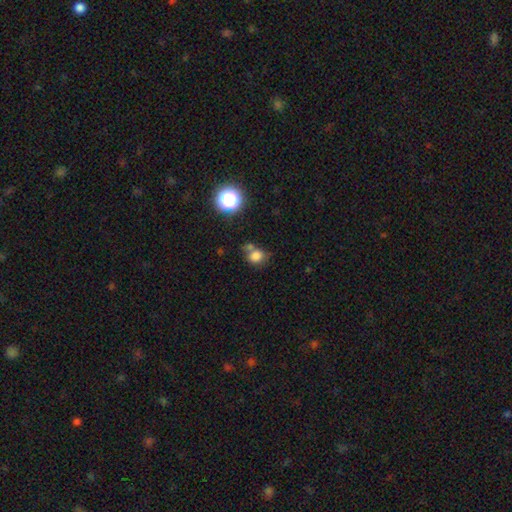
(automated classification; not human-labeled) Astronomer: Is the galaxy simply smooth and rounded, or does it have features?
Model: smooth — 78%.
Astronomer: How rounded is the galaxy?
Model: round — 70%.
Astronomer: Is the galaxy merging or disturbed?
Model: none — 50% (runner-up: merger, 25%).